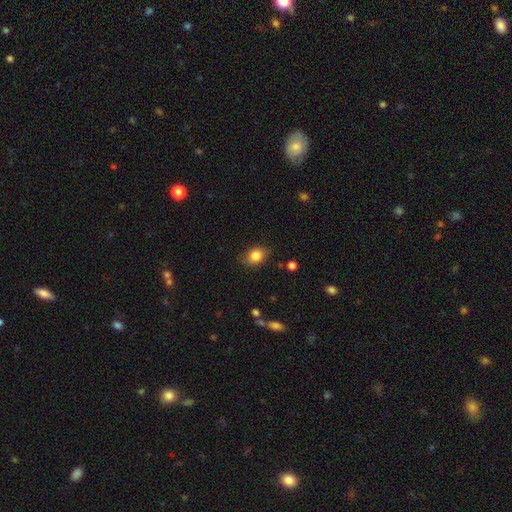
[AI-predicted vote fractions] smooth-or-featured: smooth: 84% | star or artifact: 9% | featured or disk: 7%
  how-rounded: in between: 66% | round: 33% | cigar-shaped: 1%
  merging: none: 81% | minor disturbance: 14% | major disturbance: 3% | merger: 1%